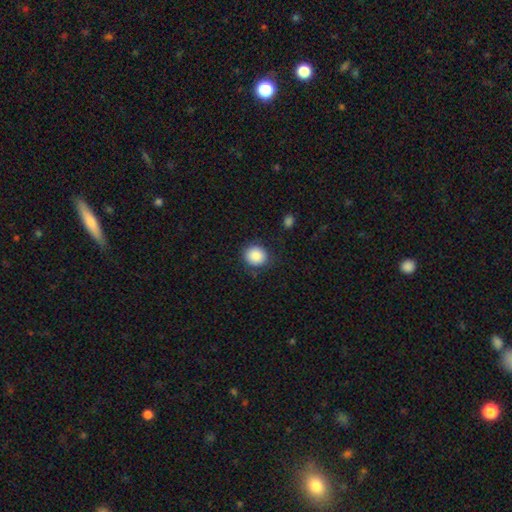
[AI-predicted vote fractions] Smooth or featured? smooth (87%)
How rounded? round (88%)
Merging? none (84%)